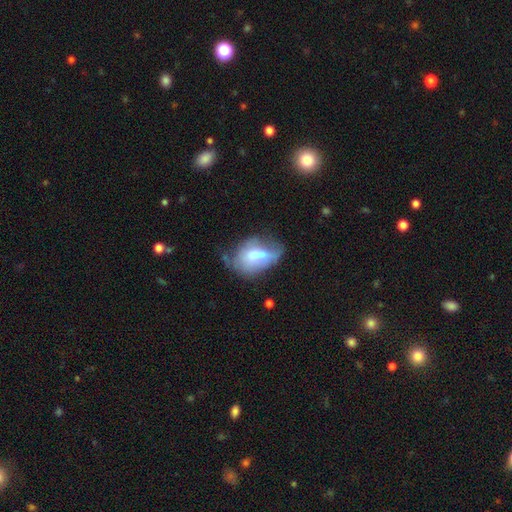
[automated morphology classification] Overall: smooth (56%; featured or disk 35%). How rounded: in between (77%). Merging: merger (37%; none 22%).